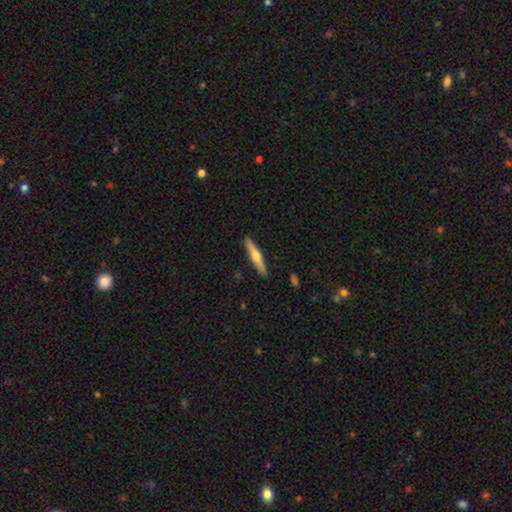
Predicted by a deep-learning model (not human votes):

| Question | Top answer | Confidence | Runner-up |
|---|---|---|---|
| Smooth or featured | featured or disk | 52% | smooth (43%) |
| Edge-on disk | yes | 95% | no (5%) |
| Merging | none | 90% | minor disturbance (7%) |